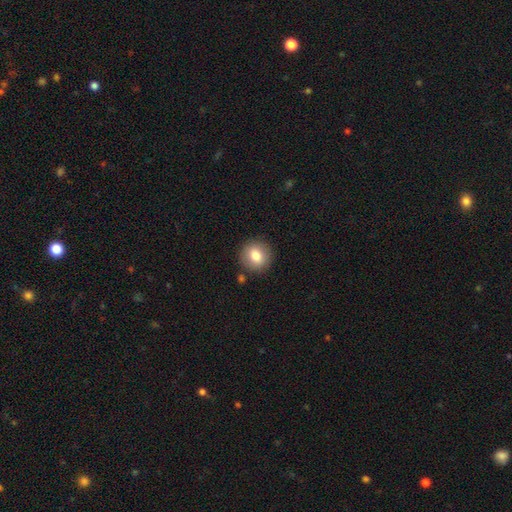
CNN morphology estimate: The model was most divided on "smooth or featured": smooth: 80%, featured or disk: 11%, star or artifact: 9%. More confident: how rounded — round (90%); merging — none (88%).